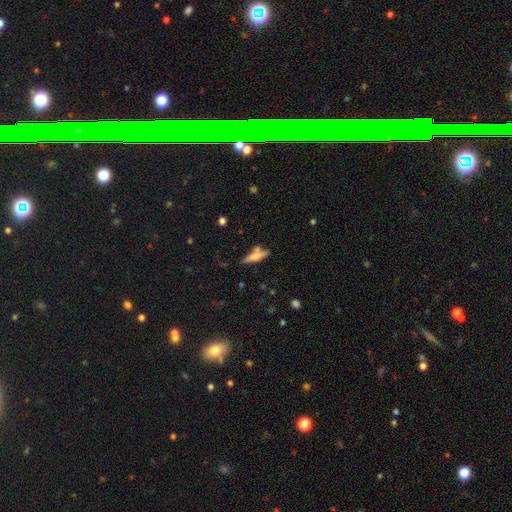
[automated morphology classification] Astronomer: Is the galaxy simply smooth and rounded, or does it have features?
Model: smooth — 53% (runner-up: featured or disk, 39%).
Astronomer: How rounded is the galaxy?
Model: cigar-shaped — 66%.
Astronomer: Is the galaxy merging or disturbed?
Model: none — 61%.